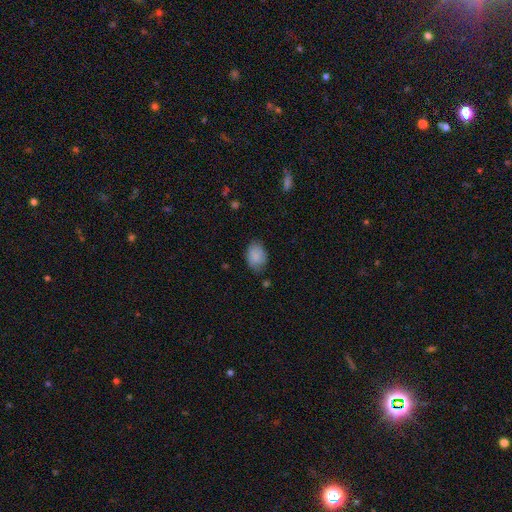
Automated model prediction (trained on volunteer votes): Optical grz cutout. It shows a smooth galaxy with no disk features (82%) that is in between round and cigar-shaped (79%). Merging: none (70%).